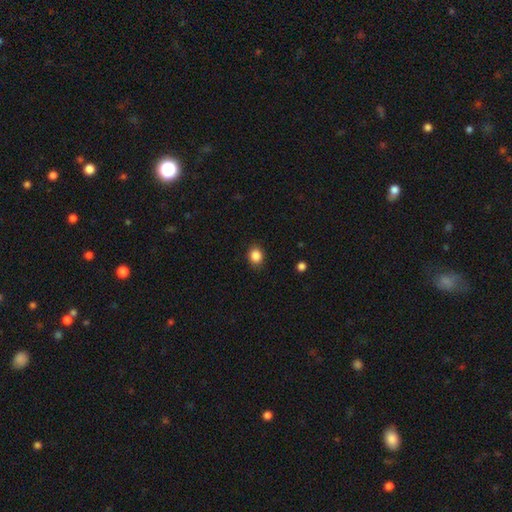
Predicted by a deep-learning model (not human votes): The model was most divided on "how rounded": round: 62%, in between: 37%, cigar-shaped: 1%. More confident: merging — none (88%); smooth or featured — smooth (86%).